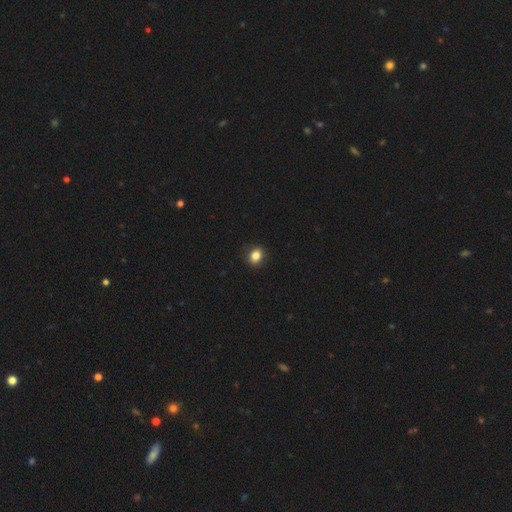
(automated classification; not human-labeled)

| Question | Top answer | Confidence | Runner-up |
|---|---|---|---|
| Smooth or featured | smooth | 85% | star or artifact (10%) |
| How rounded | round | 53% | in between (46%) |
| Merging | none | 89% | minor disturbance (8%) |